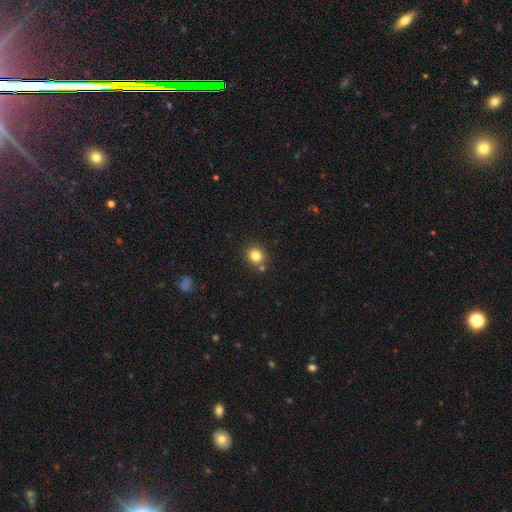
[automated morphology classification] Overall: smooth (81%). How rounded: round (88%). Merging: none (79%).